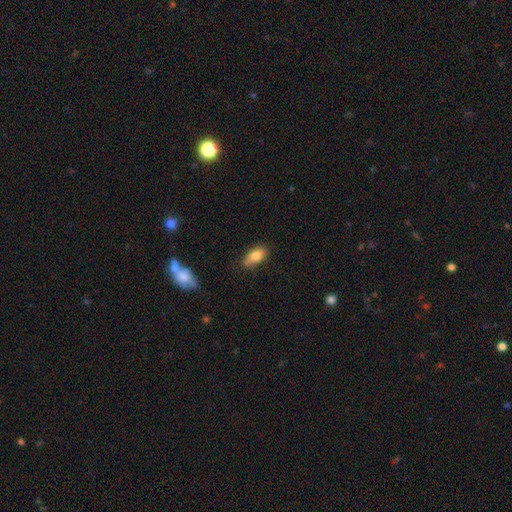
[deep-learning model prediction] Morphology: type=smooth (80%); roundness=in between (85%); merging=none (73%).